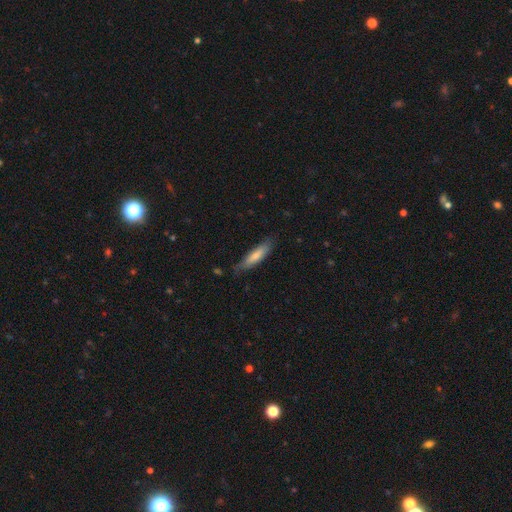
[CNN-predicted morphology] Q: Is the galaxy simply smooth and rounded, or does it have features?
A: smooth — 74%.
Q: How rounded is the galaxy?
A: cigar-shaped — 74%.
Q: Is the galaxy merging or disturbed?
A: none — 75%.